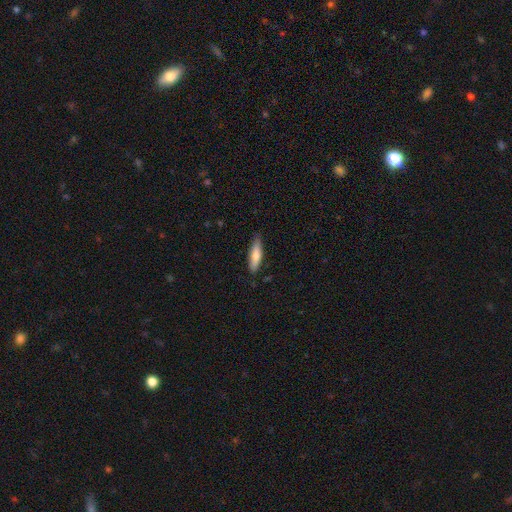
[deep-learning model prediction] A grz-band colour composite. It shows a smooth galaxy with no disk features (71%) that is cigar-shaped (64%). Merging: none (81%).